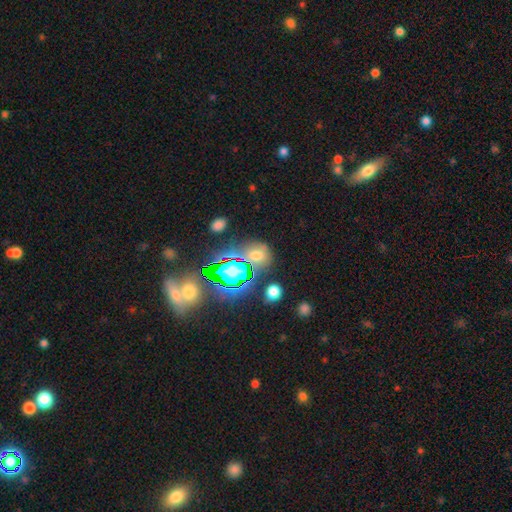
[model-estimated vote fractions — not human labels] Smooth or featured: smooth — 46% (star or artifact — 41%)
Merging: none — 64% (minor disturbance — 15%)